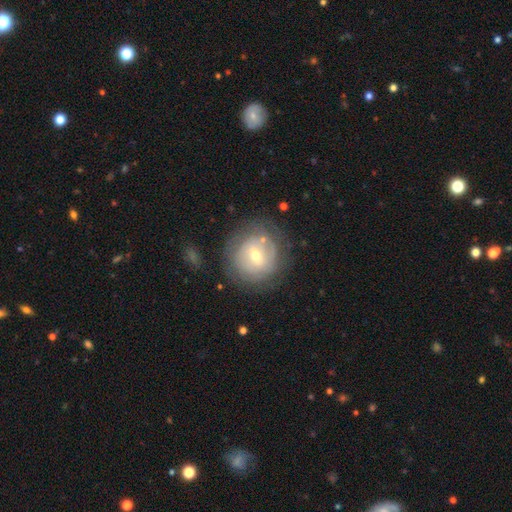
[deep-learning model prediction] smooth-or-featured: featured or disk: 62% | smooth: 31% | star or artifact: 8%
  disk-edge-on: no: 96% | yes: 4%
    bar: weak: 52% | no: 32% | strong: 16%
    has-spiral-arms: yes: 68% | no: 32%
    bulge-size: moderate: 49% | small: 47% | large: 2% | none: 1% | dominant: 1%
  merging: none: 72% | minor disturbance: 16% | major disturbance: 8% | merger: 3%